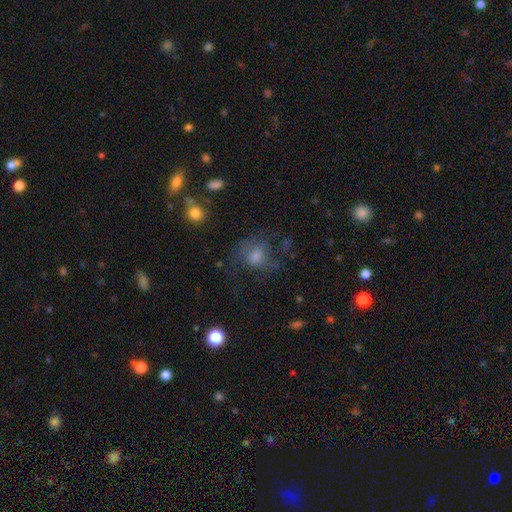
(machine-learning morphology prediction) This appears to be a smooth galaxy with no disk features (41%, tied with featured or disk). Merging: none (54%).